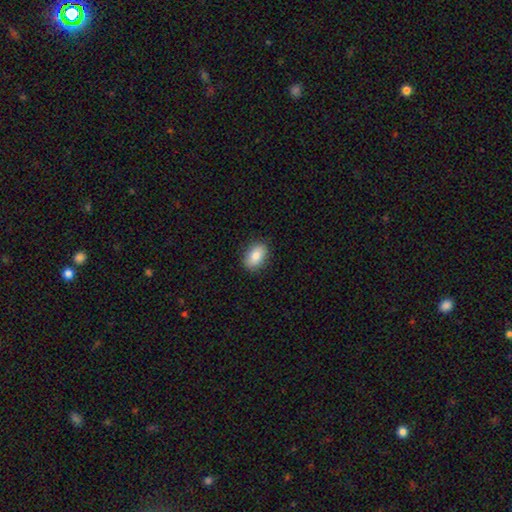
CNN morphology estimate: A smooth galaxy with no disk features (86%) that is in between round and cigar-shaped (89%).

Vote fractions:
- Smooth or featured? smooth: 86% / star or artifact: 7% / featured or disk: 7%
- How rounded? in between: 89% / round: 9% / cigar-shaped: 2%
- Merging? none: 87% / minor disturbance: 10% / major disturbance: 2% / merger: 1%